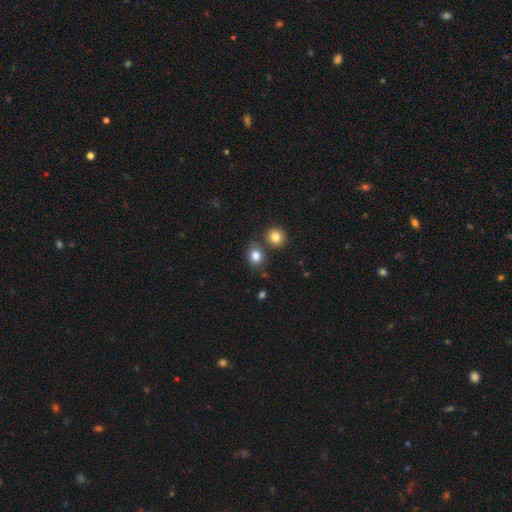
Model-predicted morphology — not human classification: smooth 84%, star or artifact 10%, featured or disk 6%. Down the decision tree: how rounded — round (55%); merging — none (72%).